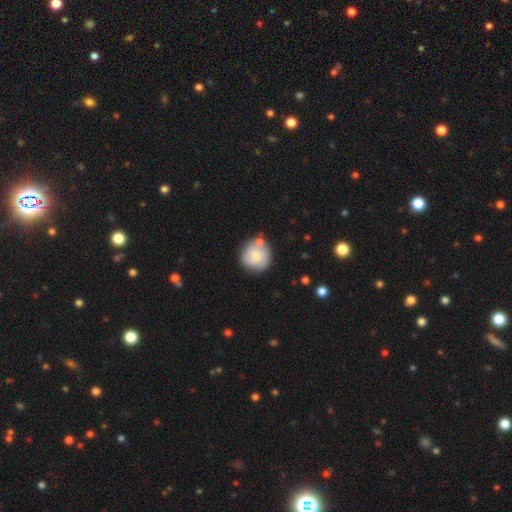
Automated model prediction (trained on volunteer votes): Smooth or featured: smooth — 75% (featured or disk — 18%)
How rounded: round — 90% (in between — 9%)
Merging: none — 64% (minor disturbance — 17%)